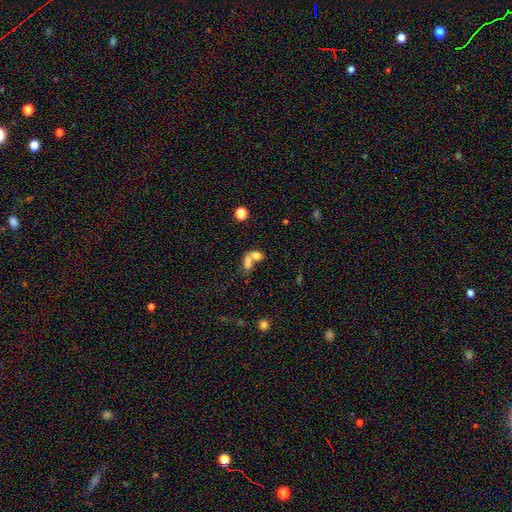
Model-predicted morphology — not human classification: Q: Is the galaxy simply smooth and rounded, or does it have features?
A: smooth — 69%.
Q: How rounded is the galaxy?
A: in between — 71%.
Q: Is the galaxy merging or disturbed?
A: merger — 66%.